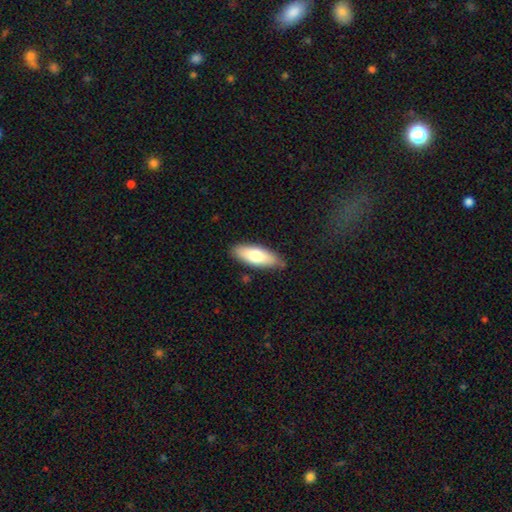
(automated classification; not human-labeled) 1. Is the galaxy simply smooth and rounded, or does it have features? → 73% smooth, 21% featured or disk, 6% star or artifact.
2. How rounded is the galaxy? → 69% in between, 29% cigar-shaped, 2% round.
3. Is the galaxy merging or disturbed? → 82% none, 14% minor disturbance, 2% major disturbance, 2% merger.